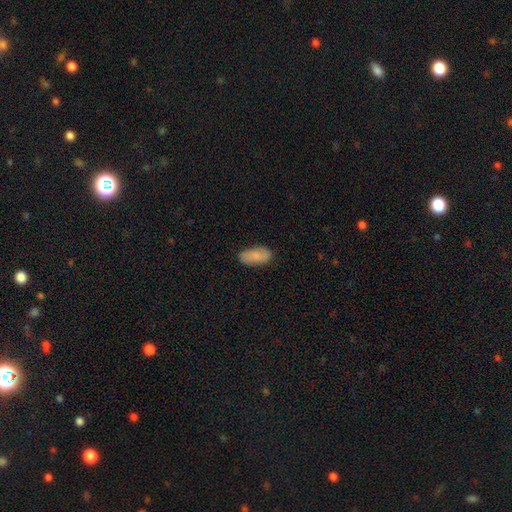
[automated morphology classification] A smooth galaxy with no disk features (82%) that is in between round and cigar-shaped (90%). Merging: none (83%).